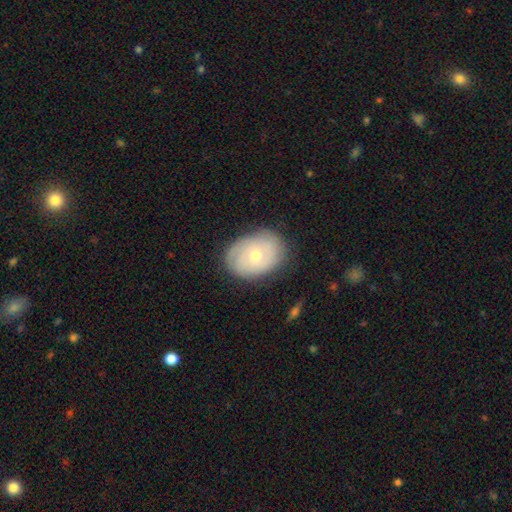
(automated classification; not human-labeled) A featured or disk galaxy (51%). Merging: none (76%).